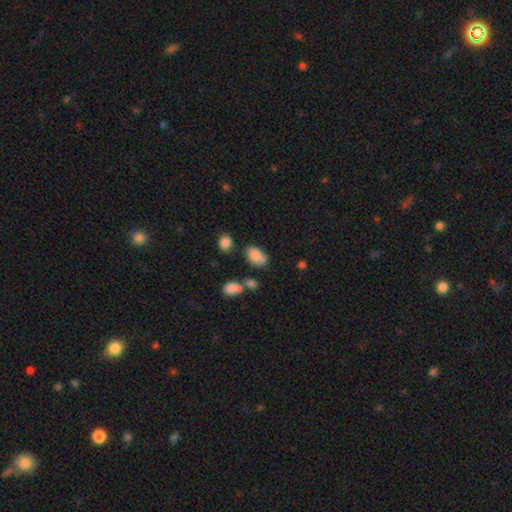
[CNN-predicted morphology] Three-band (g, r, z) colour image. It shows a smooth galaxy with no disk features (84%) that is in between round and cigar-shaped (91%). Merging: none (65%).